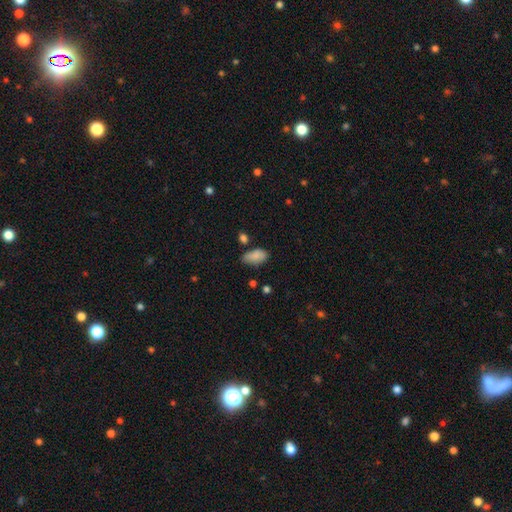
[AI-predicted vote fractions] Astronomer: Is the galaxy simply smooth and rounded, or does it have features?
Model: smooth — 85%.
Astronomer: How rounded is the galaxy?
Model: in between — 92%.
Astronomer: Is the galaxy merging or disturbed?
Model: none — 61%.